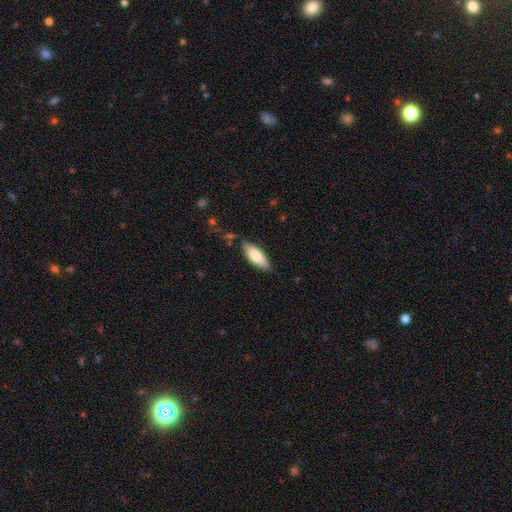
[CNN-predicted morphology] Q: Smooth or featured?
A: smooth (74%); runner-up: featured or disk (21%)
Q: How rounded?
A: in between (71%); runner-up: cigar-shaped (27%)
Q: Merging?
A: none (82%); runner-up: minor disturbance (13%)